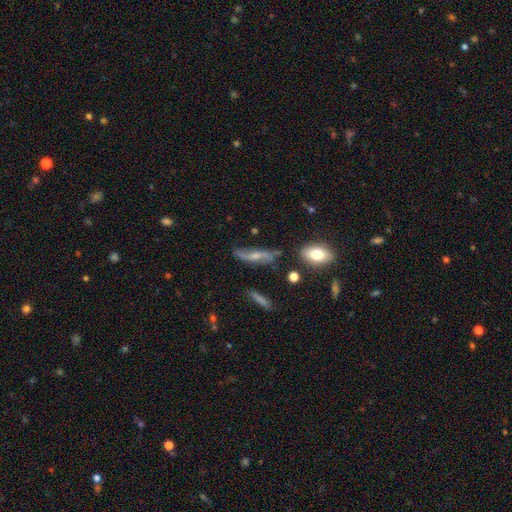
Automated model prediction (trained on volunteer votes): Smooth or featured? featured or disk (65%)
Edge-on disk? no (69%)
Merging? none (68%)